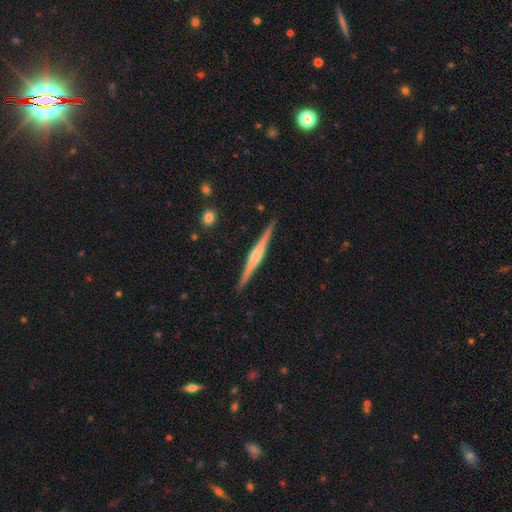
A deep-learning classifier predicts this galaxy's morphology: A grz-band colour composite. It shows a featured or disk galaxy (76%) viewed edge-on (99%) with a rounded central bulge (70%). Merging: none (91%).